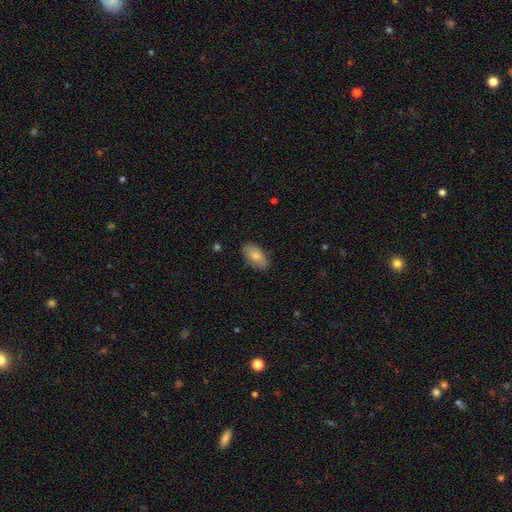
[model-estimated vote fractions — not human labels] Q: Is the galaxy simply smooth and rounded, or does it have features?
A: smooth — 77%.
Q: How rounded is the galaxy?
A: in between — 94%.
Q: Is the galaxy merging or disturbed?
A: none — 82%.